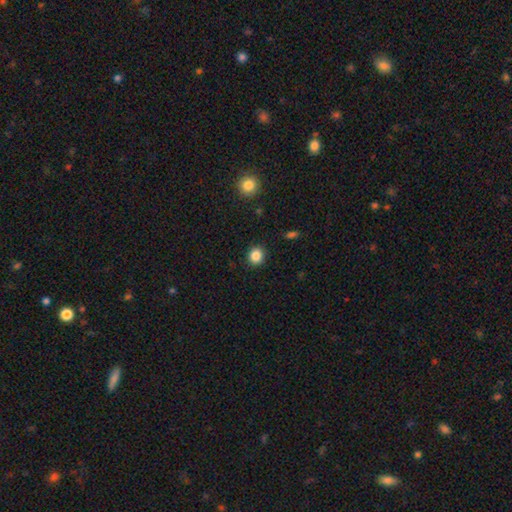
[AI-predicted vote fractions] smooth-or-featured: smooth: 86% | star or artifact: 10% | featured or disk: 4%
  how-rounded: round: 85% | in between: 14% | cigar-shaped: 1%
  merging: none: 90% | minor disturbance: 7% | major disturbance: 2% | merger: 1%